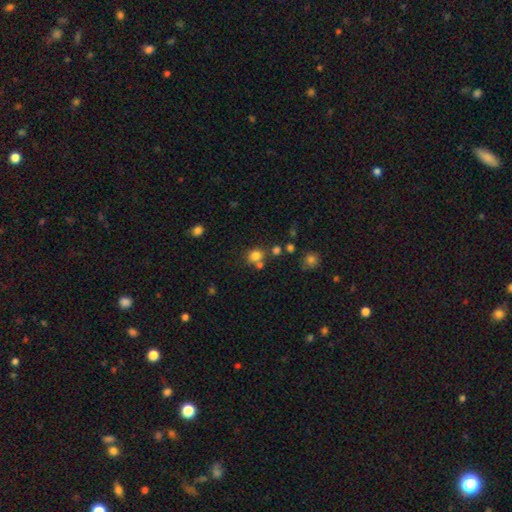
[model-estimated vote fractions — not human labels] Smooth or featured? Predicted: smooth (p=0.78). How rounded? Predicted: round (p=0.75). Merging? Predicted: none (p=0.63).